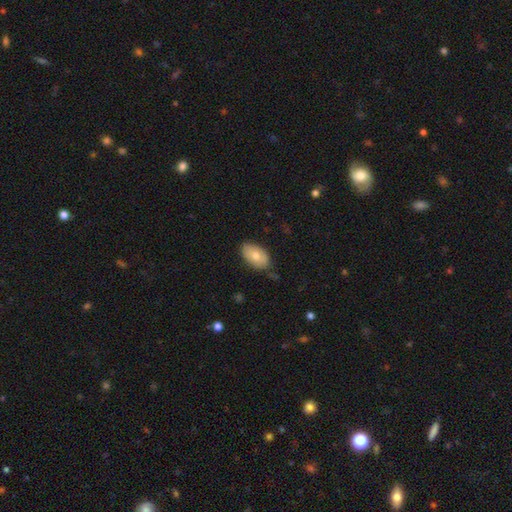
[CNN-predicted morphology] Overall: smooth (72%). How rounded: in between (92%). Merging: none (77%).